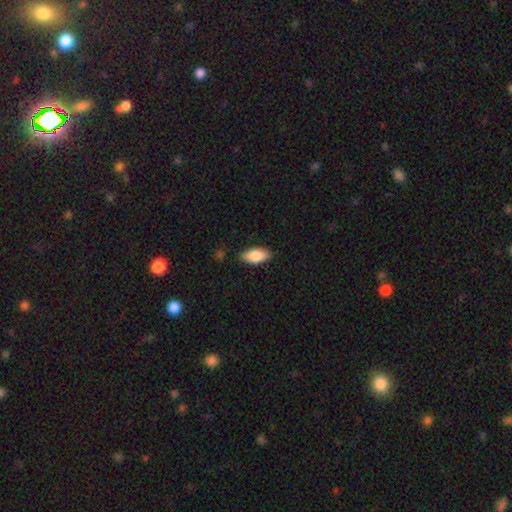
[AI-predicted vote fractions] Q: Smooth or featured?
A: smooth (82%); runner-up: featured or disk (12%)
Q: How rounded?
A: in between (89%); runner-up: cigar-shaped (8%)
Q: Merging?
A: none (86%); runner-up: minor disturbance (11%)